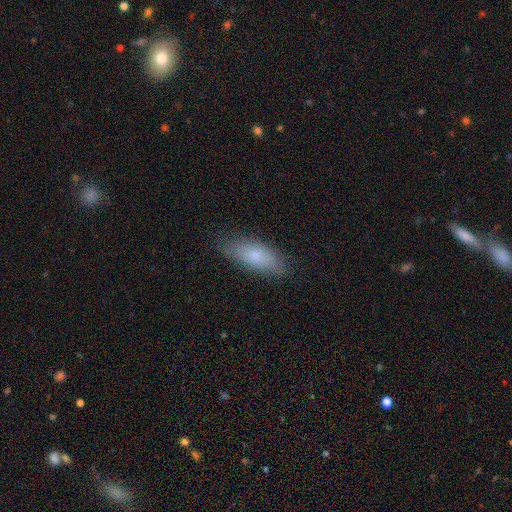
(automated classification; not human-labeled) Smooth or featured: smooth — 76% (featured or disk — 17%)
How rounded: in between — 75% (cigar-shaped — 23%)
Merging: none — 80% (minor disturbance — 16%)